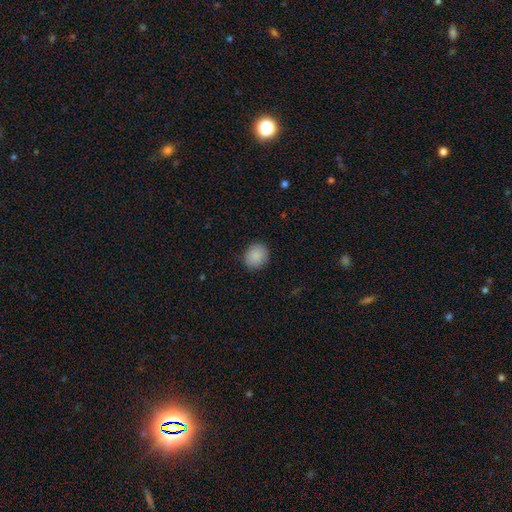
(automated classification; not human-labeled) This appears to be a smooth galaxy with no disk features (88%) that is round (79%). Merging: none (87%).